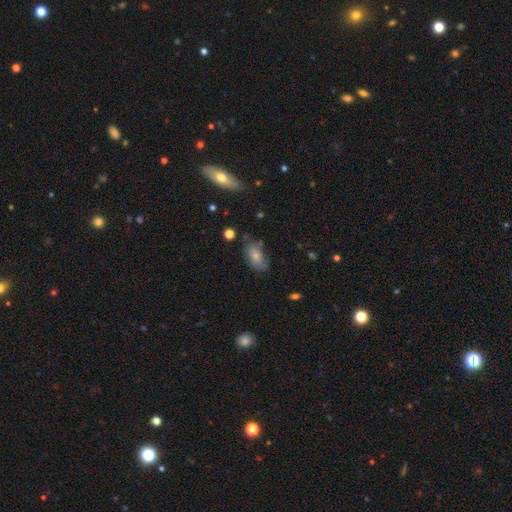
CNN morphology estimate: Smooth or featured: smooth — 67% (featured or disk — 24%)
How rounded: in between — 89% (round — 7%)
Merging: none — 57% (minor disturbance — 29%)